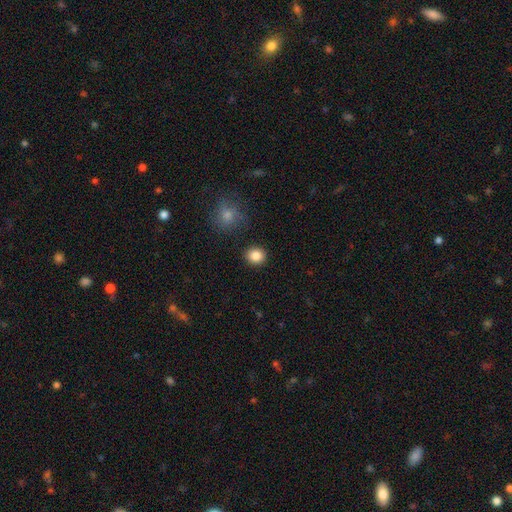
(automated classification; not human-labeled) This appears to be a smooth galaxy with no disk features (86%) that is round (85%). Merging: none (90%).